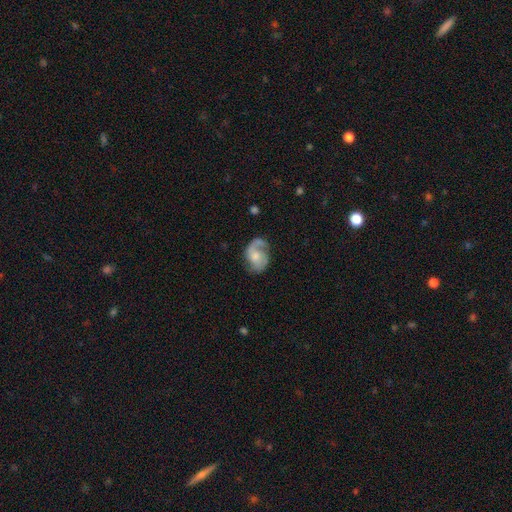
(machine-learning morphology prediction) Smooth or featured: featured or disk — 65% (smooth — 28%)
Edge-on disk: no — 97% (yes — 3%)
Bar: no — 65% (weak — 30%)
Spiral arms: yes — 86% (no — 14%)
Spiral winding: medium — 44% (loose — 35%)
Spiral arm count: 2 — 57% (1 — 30%)
Bulge size: moderate — 50% (small — 31%)
Merging: none — 51% (minor disturbance — 26%)